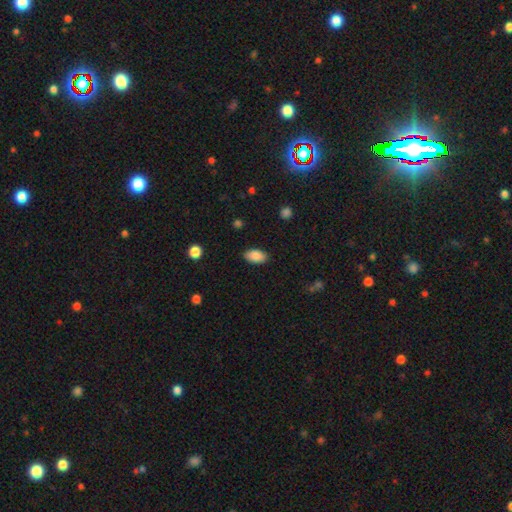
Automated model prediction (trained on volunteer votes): Overall: smooth (88%). How rounded: in between (94%). Merging: none (86%).